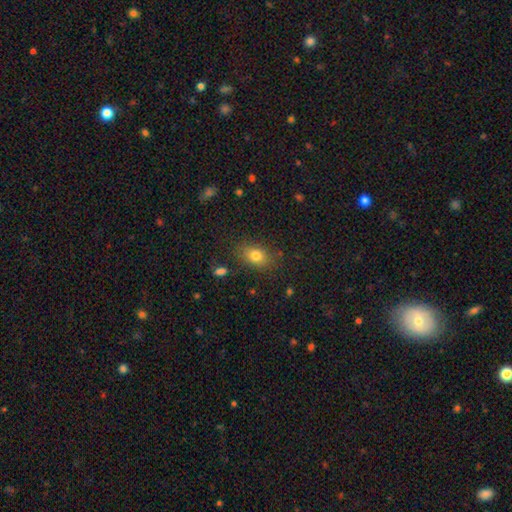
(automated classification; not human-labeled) Smooth or featured: smooth — 79% (star or artifact — 12%)
How rounded: in between — 72% (round — 26%)
Merging: none — 81% (minor disturbance — 13%)